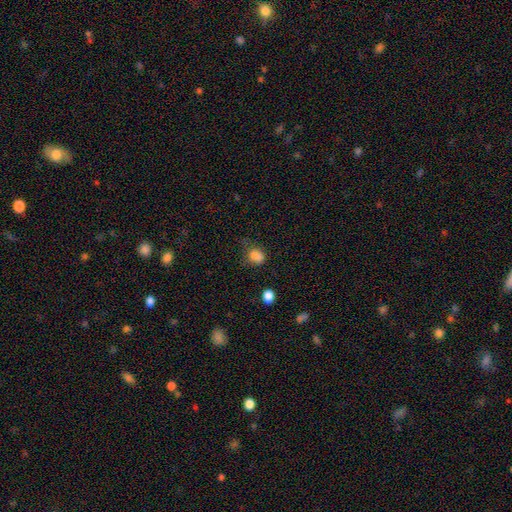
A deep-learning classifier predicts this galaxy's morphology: Smooth or featured? smooth (81%)
How rounded? in between (54%)
Merging? none (44%)